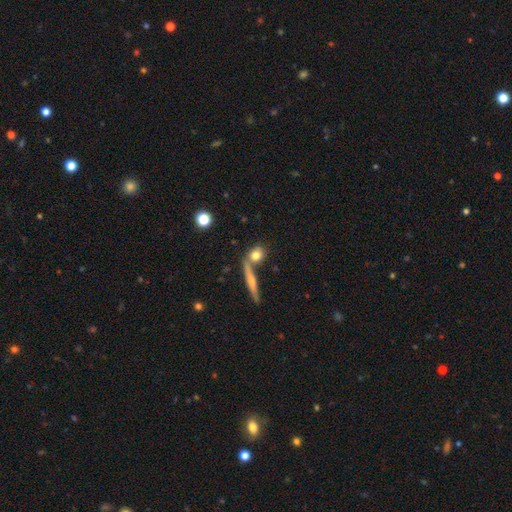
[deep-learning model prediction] smooth_or_featured: smooth (p=0.73) [alt: featured or disk p=0.18]
how_rounded: round (p=0.61) [alt: in between p=0.25]
merging: none (p=0.61) [alt: merger p=0.24]